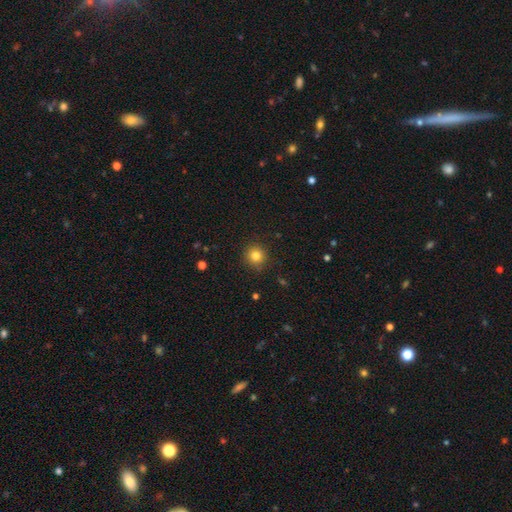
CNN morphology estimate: Smooth or featured? Predicted: smooth (p=0.82). How rounded? Predicted: round (p=0.93). Merging? Predicted: none (p=0.90).